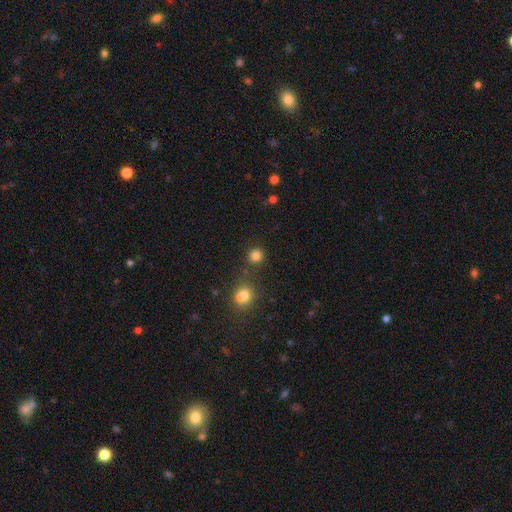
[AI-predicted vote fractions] This appears to be a smooth galaxy with no disk features (81%) that is round (88%). Merging: none (78%).